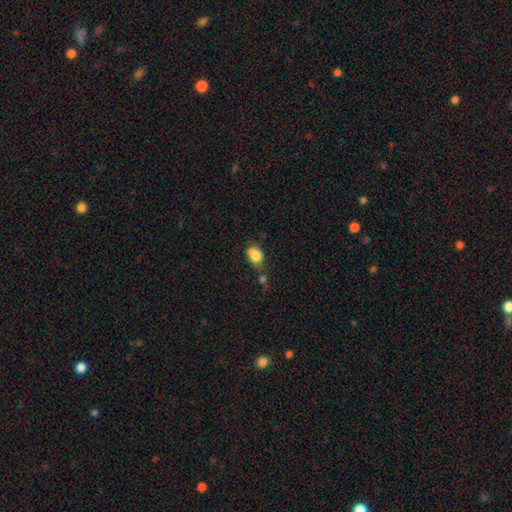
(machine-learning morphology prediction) smooth-or-featured: smooth: 81% | featured or disk: 10% | star or artifact: 9%
  how-rounded: in between: 73% | round: 25% | cigar-shaped: 2%
  merging: none: 50% | minor disturbance: 28% | merger: 14% | major disturbance: 8%